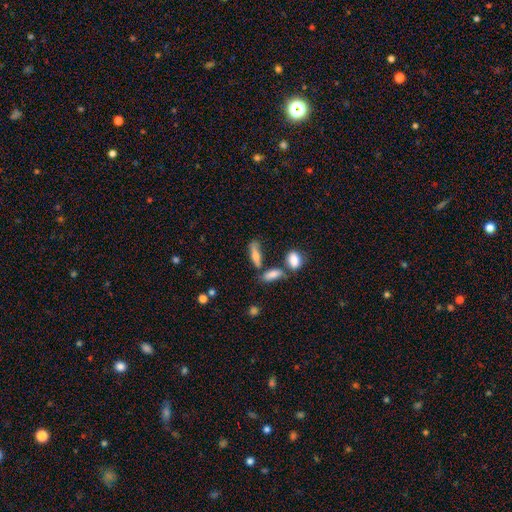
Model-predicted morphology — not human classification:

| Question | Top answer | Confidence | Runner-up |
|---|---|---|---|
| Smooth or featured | smooth | 70% | featured or disk (22%) |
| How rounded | cigar-shaped | 53% | in between (43%) |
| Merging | none | 54% | minor disturbance (19%) |